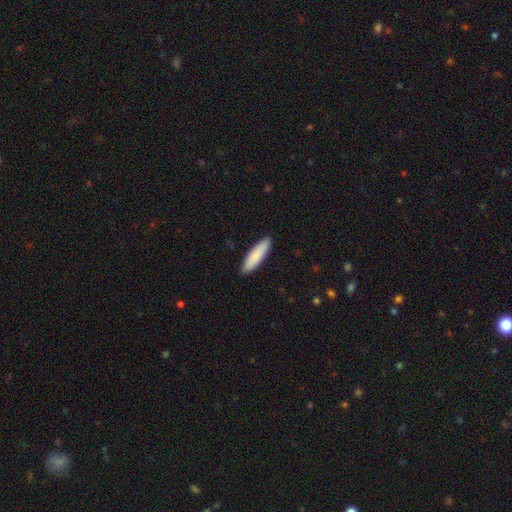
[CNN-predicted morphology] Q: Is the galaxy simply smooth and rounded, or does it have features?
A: smooth — 86%.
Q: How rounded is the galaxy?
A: cigar-shaped — 71%.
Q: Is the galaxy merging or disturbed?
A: none — 90%.